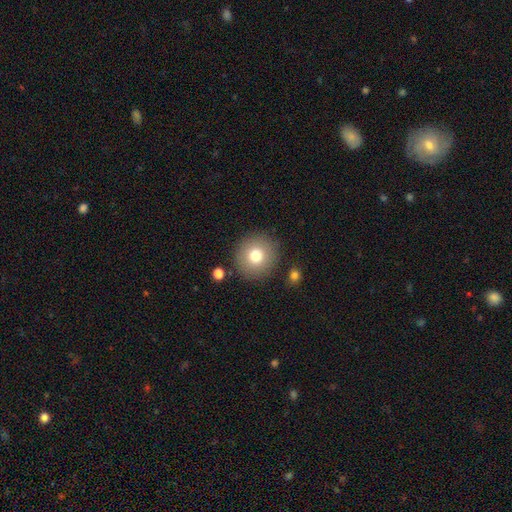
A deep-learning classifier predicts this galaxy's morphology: Smooth or featured?
  - smooth: 77% *
  - featured or disk: 13%
  - star or artifact: 11%
How rounded?
  - round: 94% *
  - in between: 6%
  - cigar-shaped: 1%
Merging?
  - none: 87% *
  - minor disturbance: 7%
  - merger: 3%
  - major disturbance: 3%